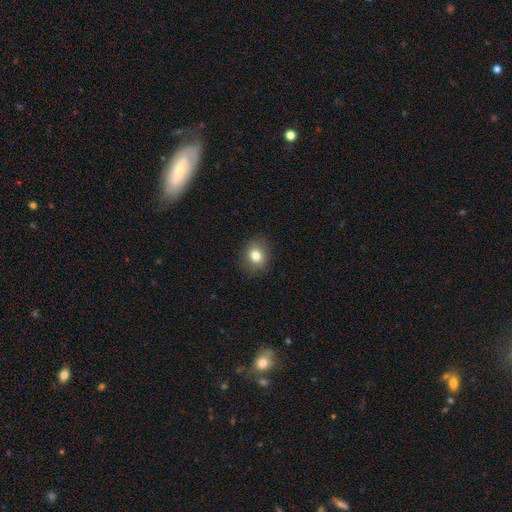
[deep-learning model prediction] Overall: smooth (79%). How rounded: round (69%; in between 30%). Merging: none (88%).